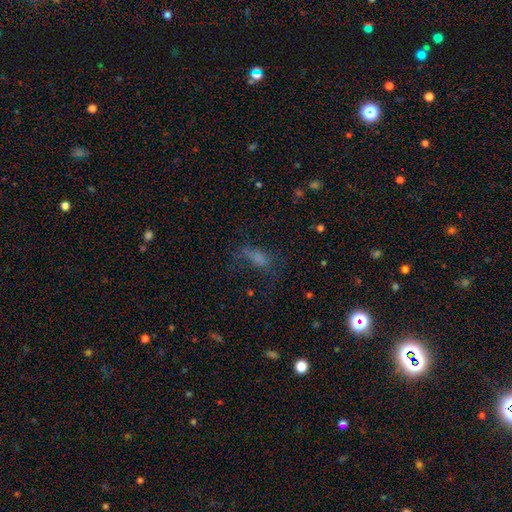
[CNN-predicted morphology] type=smooth (46%); merging=none (45%).